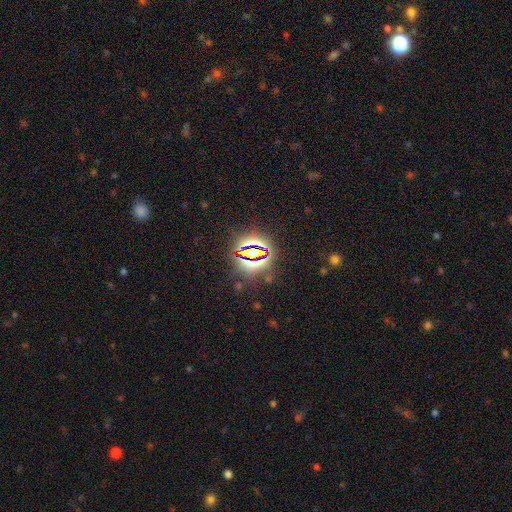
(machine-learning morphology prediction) Smooth or featured: star or artifact — 78% (smooth — 14%)